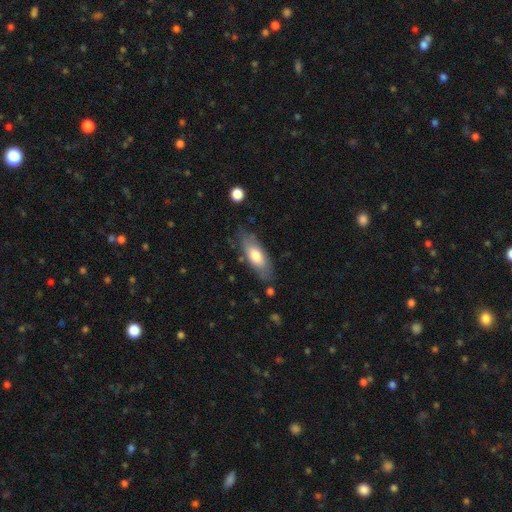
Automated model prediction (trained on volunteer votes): smooth 69%, featured or disk 25%, star or artifact 6%. Down the decision tree: how rounded — in between (75%); merging — none (75%).